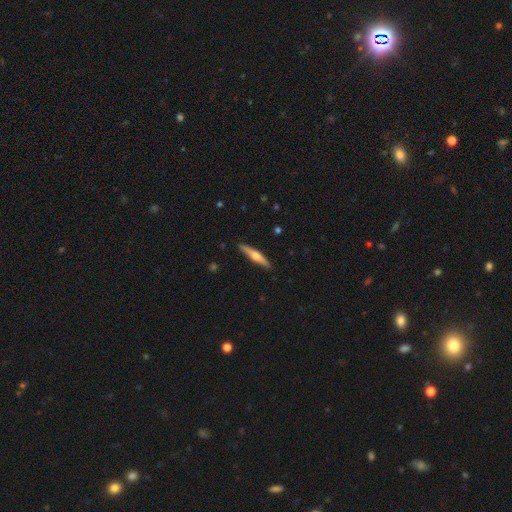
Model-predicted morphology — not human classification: Smooth or featured? featured or disk (59%)
Edge-on disk? yes (97%)
Edge-on bulge? rounded (91%)
Merging? none (91%)